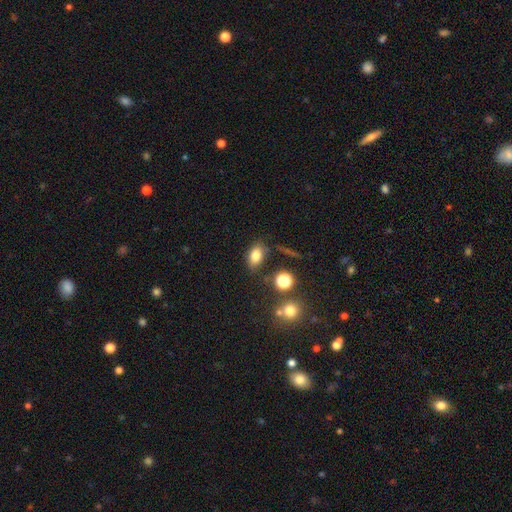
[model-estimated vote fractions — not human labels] Overall: smooth (78%). How rounded: in between (83%). Merging: none (73%).